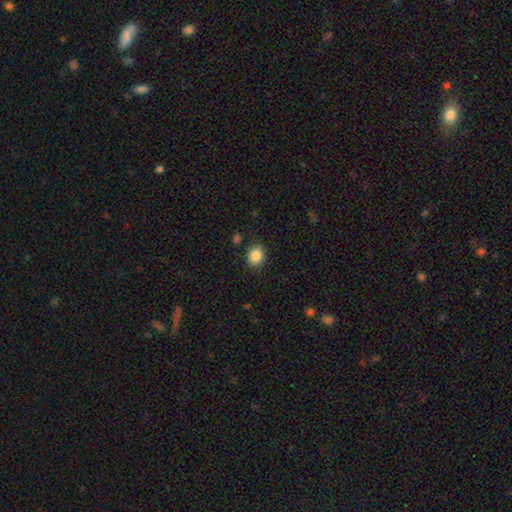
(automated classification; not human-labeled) Smooth or featured? Predicted: smooth (p=0.86). How rounded? Predicted: round (p=0.77). Merging? Predicted: none (p=0.85).